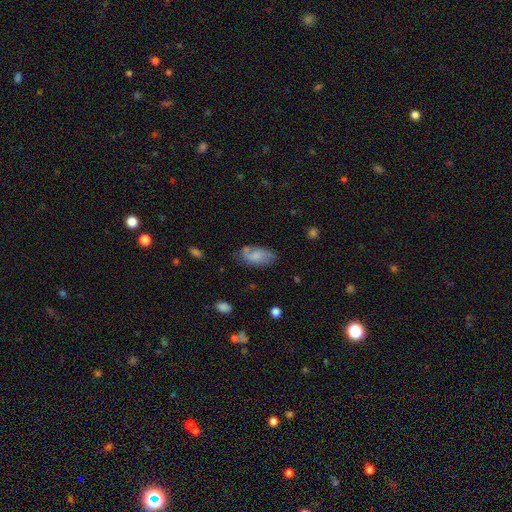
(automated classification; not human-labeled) smooth 60%, featured or disk 32%, star or artifact 8%. Down the decision tree: how rounded — in between (91%); merging — none (60%).